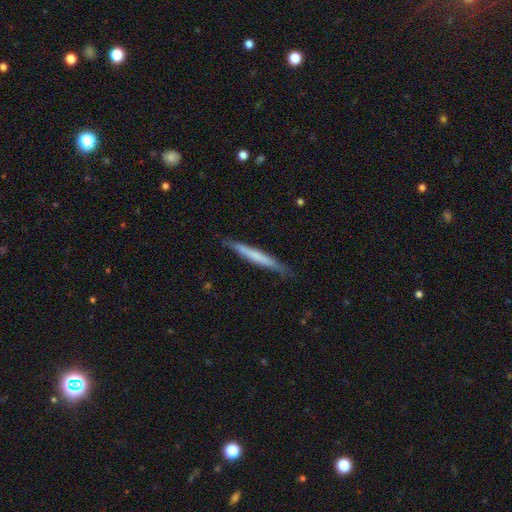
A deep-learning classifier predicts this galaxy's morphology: Smooth or featured?
  - smooth: 57% *
  - featured or disk: 37%
  - star or artifact: 5%
How rounded?
  - cigar-shaped: 97% *
  - in between: 2%
  - round: 1%
Merging?
  - none: 88% *
  - minor disturbance: 9%
  - major disturbance: 2%
  - merger: 1%